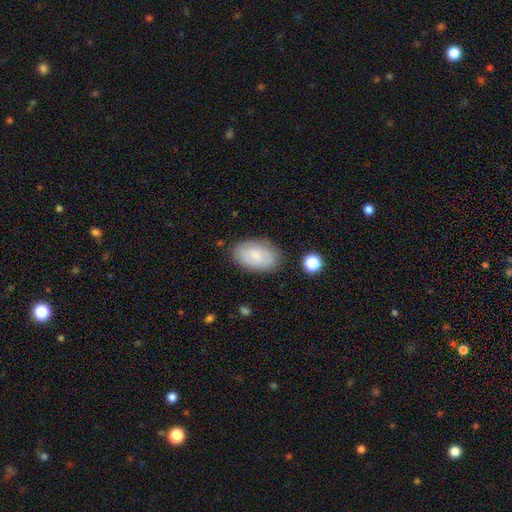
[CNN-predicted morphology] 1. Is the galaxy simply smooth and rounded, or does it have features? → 54% smooth, 38% featured or disk, 8% star or artifact.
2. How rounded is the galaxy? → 90% in between, 9% round, 1% cigar-shaped.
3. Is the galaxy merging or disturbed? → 79% none, 15% minor disturbance, 4% major disturbance, 2% merger.